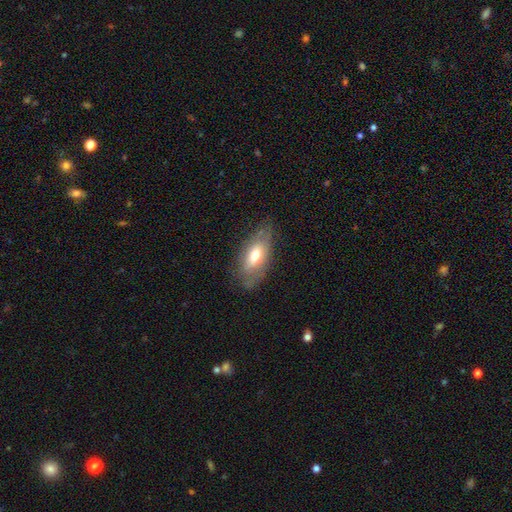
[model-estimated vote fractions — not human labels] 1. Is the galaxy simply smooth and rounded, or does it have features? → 57% smooth, 36% featured or disk, 7% star or artifact.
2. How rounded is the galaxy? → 84% in between, 13% cigar-shaped, 4% round.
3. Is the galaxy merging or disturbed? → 72% none, 20% minor disturbance, 6% major disturbance, 1% merger.